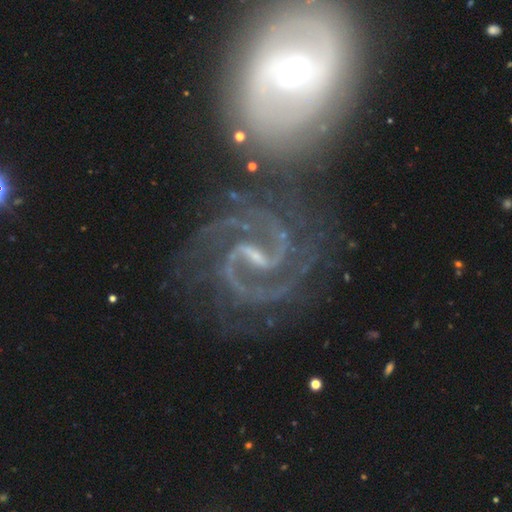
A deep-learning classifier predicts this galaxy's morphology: Smooth or featured?
  - featured or disk: 92% *
  - star or artifact: 5%
  - smooth: 3%
Edge-on disk?
  - no: 97% *
  - yes: 3%
Bar?
  - strong: 46% *
  - weak: 39%
  - no: 14%
Spiral arms?
  - yes: 98% *
  - no: 2%
Spiral winding?
  - medium: 58% *
  - tight: 30%
  - loose: 13%
Spiral arm count?
  - 2: 89% *
  - 3: 4%
  - can't tell: 3%
  - 1: 2%
  - 4: 2%
  - more than 4: 2%
Bulge size?
  - small: 68% *
  - moderate: 16%
  - none: 14%
  - large: 2%
  - dominant: 1%
Merging?
  - none: 58% *
  - merger: 18%
  - minor disturbance: 16%
  - major disturbance: 9%